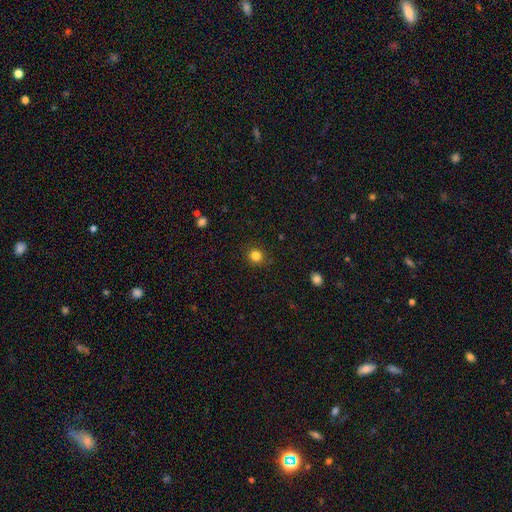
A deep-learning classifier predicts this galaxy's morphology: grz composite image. It shows a smooth galaxy with no disk features (84%) that is round (85%). Merging: none (90%).